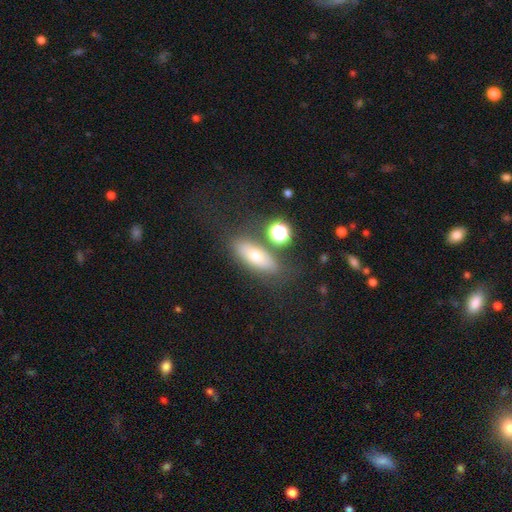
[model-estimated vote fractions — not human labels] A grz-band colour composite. It shows a smooth galaxy with no disk features (61%) that is in between round and cigar-shaped (64%). Merging: none (69%).